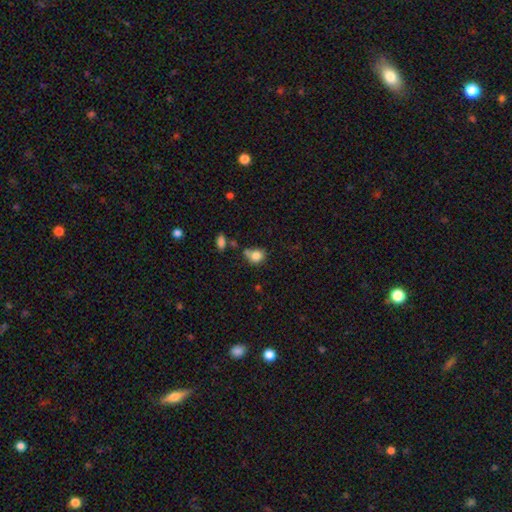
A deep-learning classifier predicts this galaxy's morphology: Q: Smooth or featured?
A: smooth (81%); runner-up: star or artifact (11%)
Q: How rounded?
A: round (65%); runner-up: in between (33%)
Q: Merging?
A: none (53%); runner-up: minor disturbance (21%)